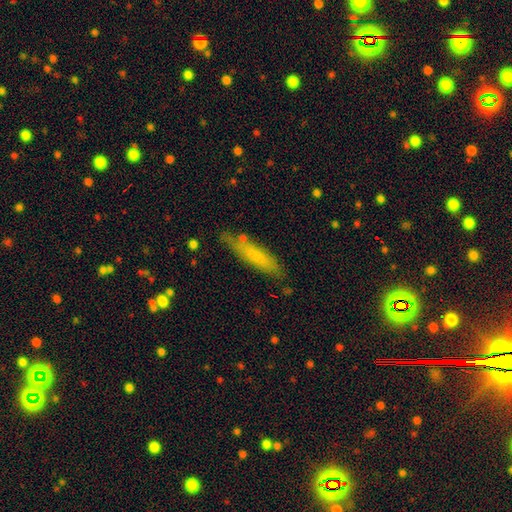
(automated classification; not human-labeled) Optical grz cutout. It shows a smooth galaxy with no disk features (72%) that is cigar-shaped (81%). Merging: none (75%).